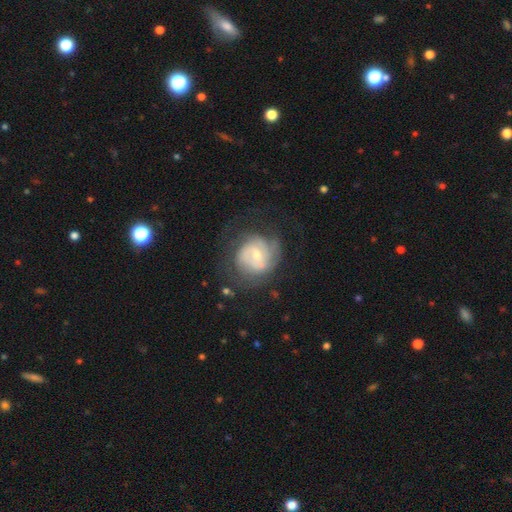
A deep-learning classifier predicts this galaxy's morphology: smooth-or-featured: featured or disk: 70% | smooth: 23% | star or artifact: 7%
  disk-edge-on: no: 98% | yes: 2%
    bar: no: 52% | weak: 40% | strong: 8%
    has-spiral-arms: yes: 85% | no: 15%
      spiral-winding: tight: 52% | medium: 35% | loose: 13%
      spiral-arm-count: can't tell: 38% | 2: 34% | 3: 14% | 1: 5% | 4: 5% | more than 4: 3%
    bulge-size: small: 51% | moderate: 42% | large: 3% | none: 2% | dominant: 1%
  merging: none: 58% | minor disturbance: 21% | major disturbance: 17% | merger: 3%